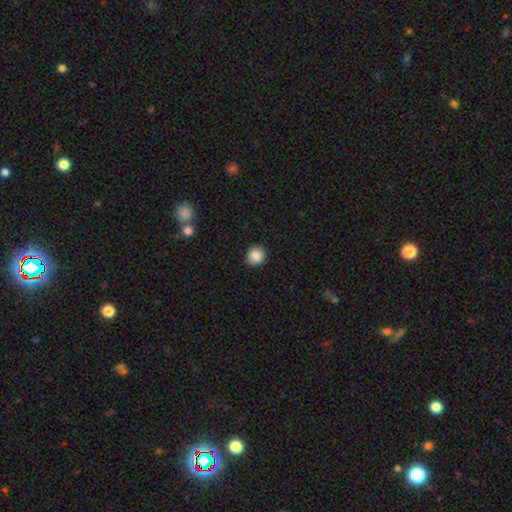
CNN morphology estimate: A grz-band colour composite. It shows a smooth galaxy with no disk features (88%) that is round (86%). Merging: none (90%).